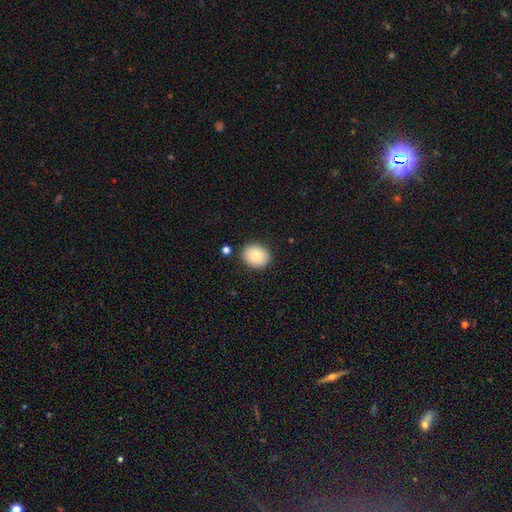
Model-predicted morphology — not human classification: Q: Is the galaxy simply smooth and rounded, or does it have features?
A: smooth — 80%.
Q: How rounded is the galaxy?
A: round — 66%.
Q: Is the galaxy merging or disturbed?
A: none — 88%.